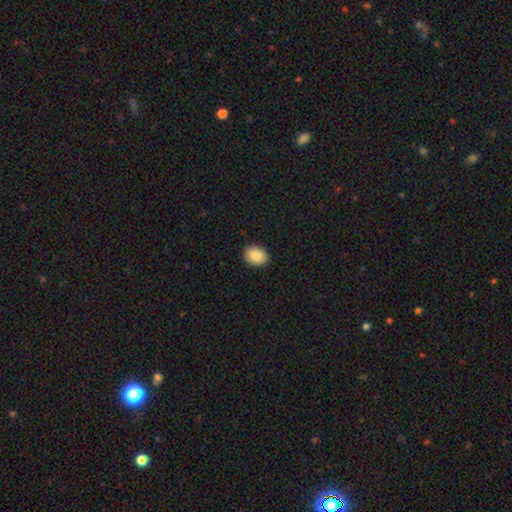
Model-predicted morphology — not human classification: The model was most divided on "how rounded": in between: 56%, round: 43%, cigar-shaped: 1%. More confident: merging — none (90%); smooth or featured — smooth (87%).